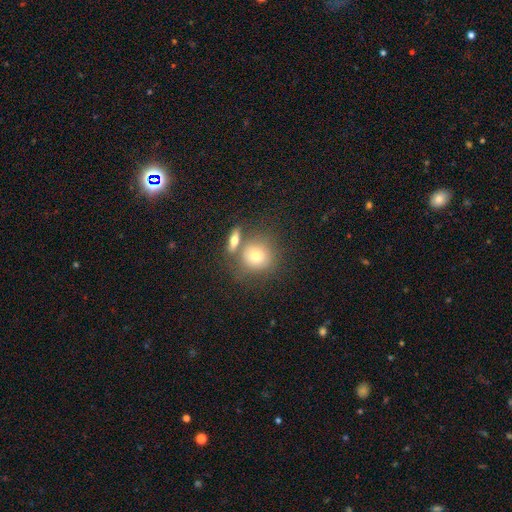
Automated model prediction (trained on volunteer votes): Morphology: type=smooth (71%); roundness=round (84%); merging=none (57%).